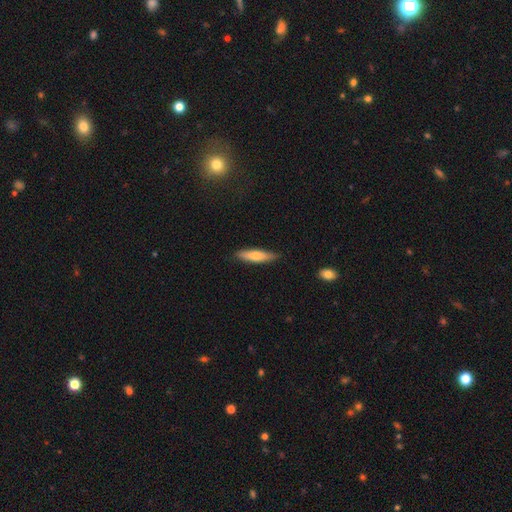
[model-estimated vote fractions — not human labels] smooth 65%, featured or disk 29%, star or artifact 6%. Down the decision tree: how rounded — cigar-shaped (74%); merging — none (86%).